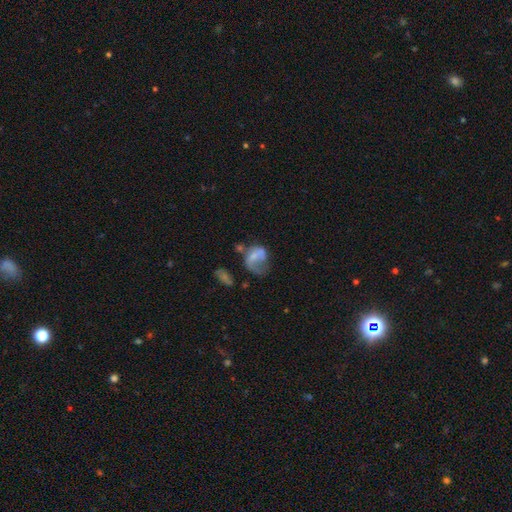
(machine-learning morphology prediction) Smooth or featured: smooth — 47% (featured or disk — 43%)
Merging: major disturbance — 46% (none — 23%)